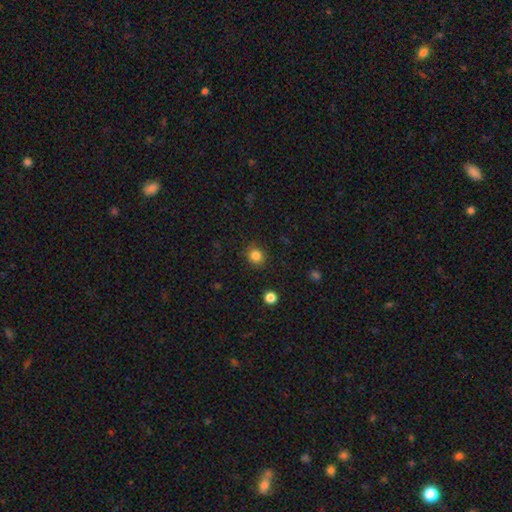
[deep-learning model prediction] This appears to be a smooth galaxy with no disk features (84%) that is round (86%). Merging: none (89%).